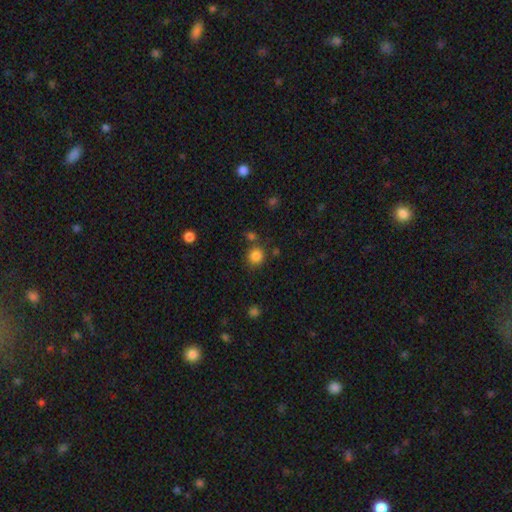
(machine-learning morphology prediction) smooth_or_featured: smooth (p=0.85) [alt: star or artifact p=0.12]
how_rounded: round (p=0.88) [alt: in between p=0.11]
merging: none (p=0.76) [alt: minor disturbance p=0.11]